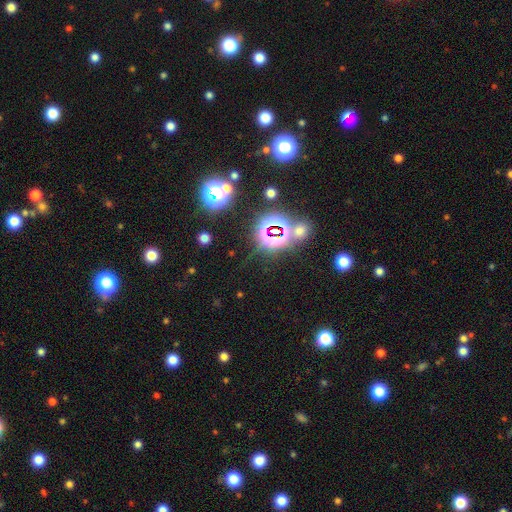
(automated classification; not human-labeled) Morphology: type=star or artifact (77%).